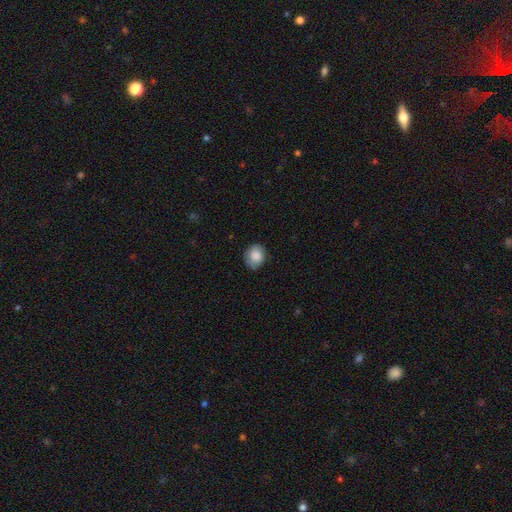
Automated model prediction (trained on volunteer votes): smooth_or_featured: smooth (p=0.85) [alt: featured or disk p=0.08]
how_rounded: round (p=0.61) [alt: in between p=0.38]
merging: none (p=0.82) [alt: minor disturbance p=0.14]